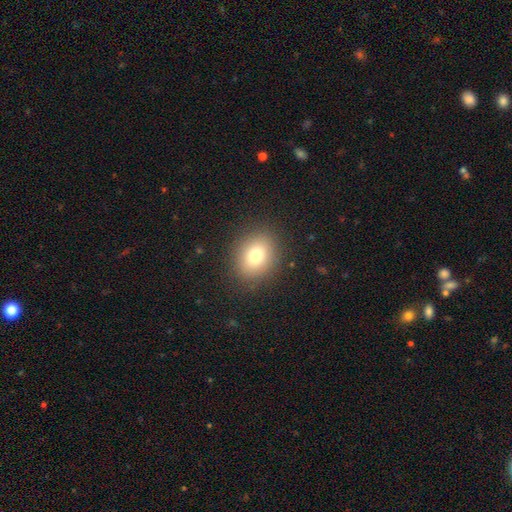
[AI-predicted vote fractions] This is likely a smooth galaxy (77%). How rounded: possibly round (50%, tied with in between). Merging: clearly none (87%).